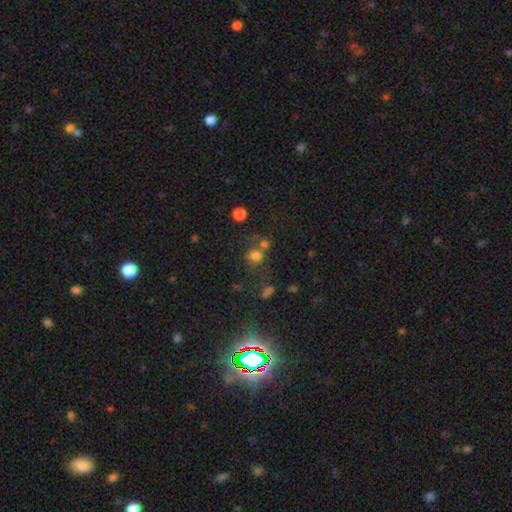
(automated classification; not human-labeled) The model was most divided on "merging": none: 51%, merger: 29%, minor disturbance: 12%, major disturbance: 8%. More confident: how rounded — round (77%); smooth or featured — smooth (72%).